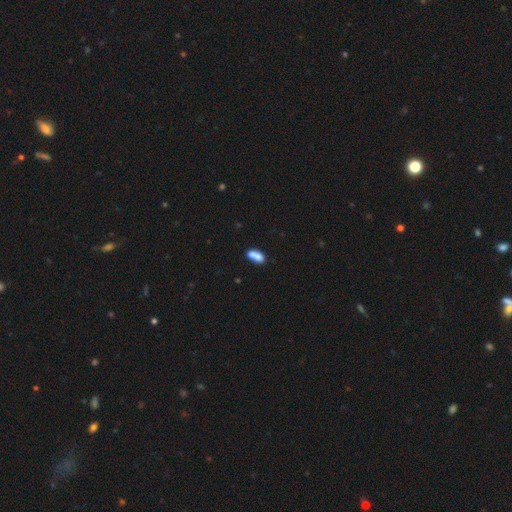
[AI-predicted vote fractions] Smooth or featured?
  - smooth: 79% *
  - featured or disk: 12%
  - star or artifact: 9%
How rounded?
  - in between: 79% *
  - cigar-shaped: 16%
  - round: 5%
Merging?
  - none: 42% *
  - merger: 37%
  - minor disturbance: 15%
  - major disturbance: 6%